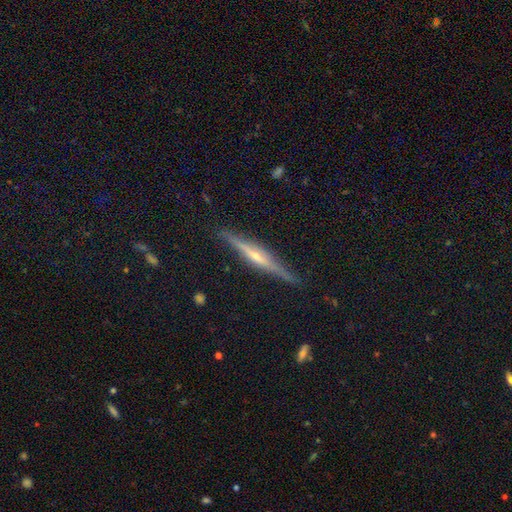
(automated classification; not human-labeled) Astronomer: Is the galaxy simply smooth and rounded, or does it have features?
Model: featured or disk — 77%.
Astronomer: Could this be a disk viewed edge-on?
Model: yes — 97%.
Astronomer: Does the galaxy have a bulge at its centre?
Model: rounded — 67%.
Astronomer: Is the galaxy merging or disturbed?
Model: none — 88%.